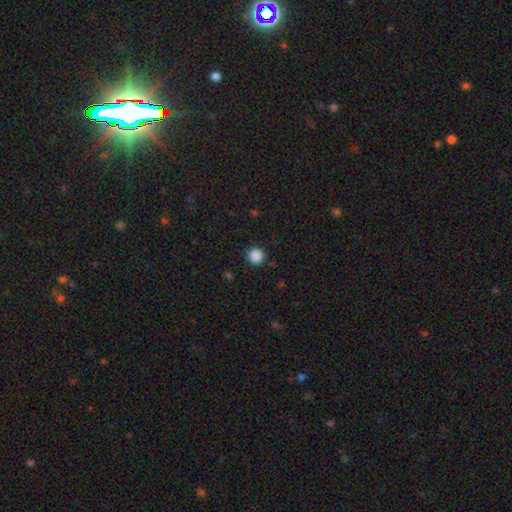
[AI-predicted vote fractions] smooth_or_featured: smooth (p=0.87) [alt: star or artifact p=0.10]
how_rounded: round (p=0.95) [alt: in between p=0.04]
merging: none (p=0.91) [alt: minor disturbance p=0.06]